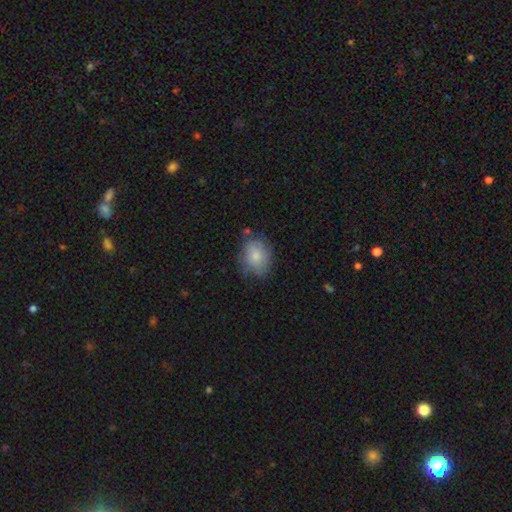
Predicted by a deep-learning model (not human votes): smooth_or_featured: smooth (p=0.79) [alt: featured or disk p=0.14]
how_rounded: in between (p=0.58) [alt: round p=0.40]
merging: none (p=0.66) [alt: minor disturbance p=0.24]